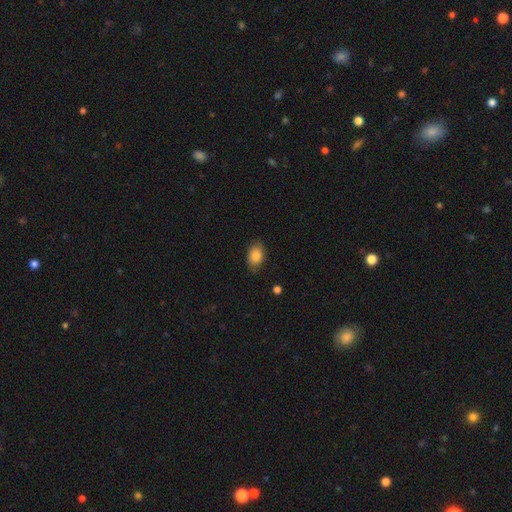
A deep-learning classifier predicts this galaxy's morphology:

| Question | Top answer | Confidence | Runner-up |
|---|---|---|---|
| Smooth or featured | smooth | 84% | featured or disk (9%) |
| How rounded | in between | 85% | round (13%) |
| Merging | none | 79% | minor disturbance (17%) |